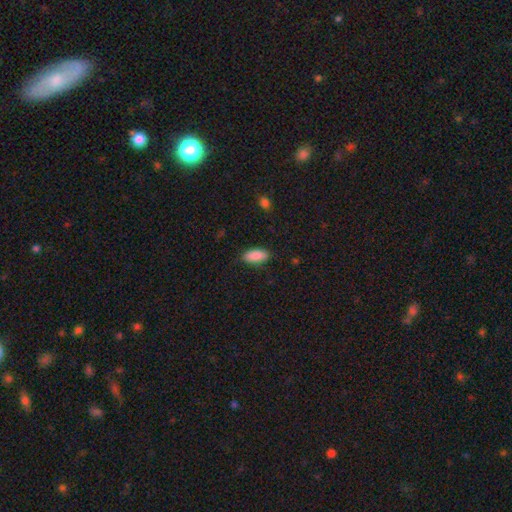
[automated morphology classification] Q: Smooth or featured?
A: smooth (90%); runner-up: star or artifact (7%)
Q: How rounded?
A: in between (89%); runner-up: cigar-shaped (9%)
Q: Merging?
A: none (87%); runner-up: minor disturbance (10%)